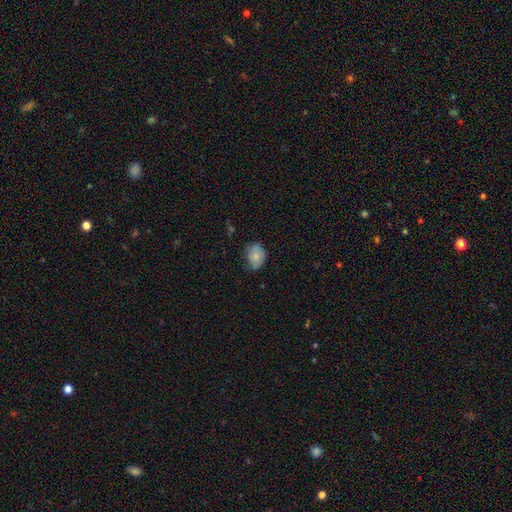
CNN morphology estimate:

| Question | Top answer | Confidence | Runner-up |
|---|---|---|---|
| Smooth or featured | smooth | 77% | featured or disk (16%) |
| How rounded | in between | 64% | round (34%) |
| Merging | none | 61% | minor disturbance (31%) |